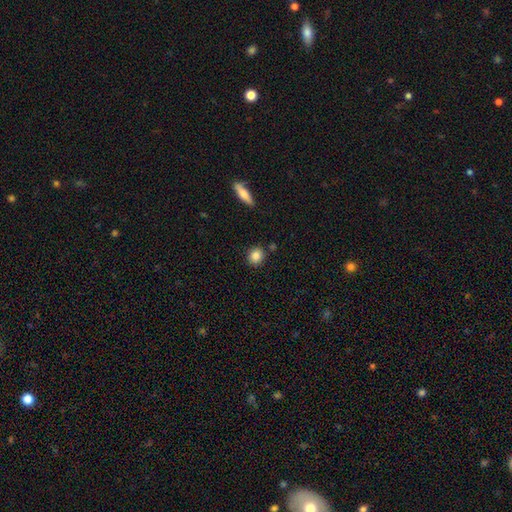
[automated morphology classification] smooth_or_featured: smooth (p=0.85) [alt: star or artifact p=0.09]
how_rounded: round (p=0.78) [alt: in between p=0.20]
merging: none (p=0.86) [alt: minor disturbance p=0.08]